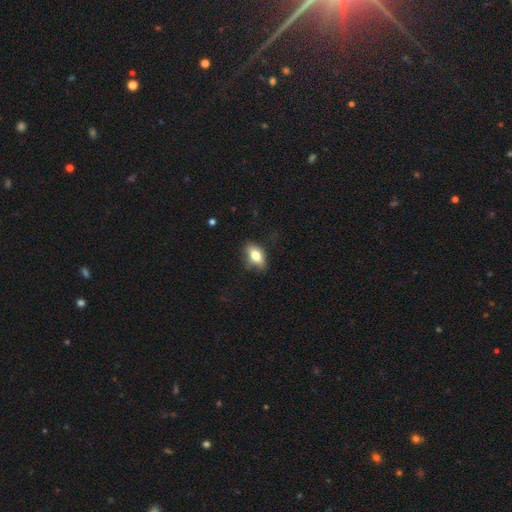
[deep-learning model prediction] A smooth galaxy with no disk features (69%) that is in between round and cigar-shaped (84%).

Vote fractions:
- Smooth or featured? smooth: 69% / featured or disk: 23% / star or artifact: 8%
- How rounded? in between: 84% / round: 9% / cigar-shaped: 8%
- Merging? none: 73% / minor disturbance: 20% / major disturbance: 6% / merger: 2%